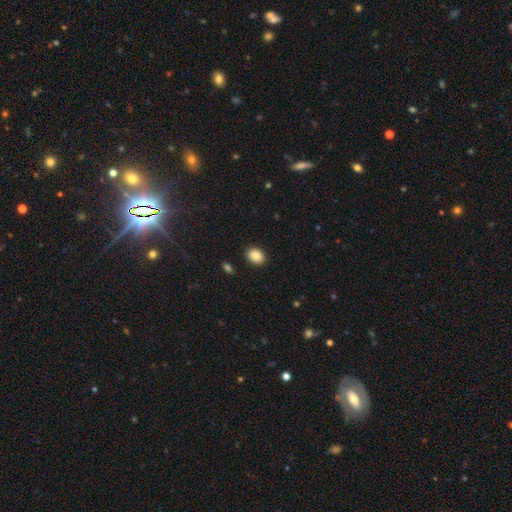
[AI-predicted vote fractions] Smooth or featured? smooth (87%)
How rounded? in between (67%)
Merging? none (89%)